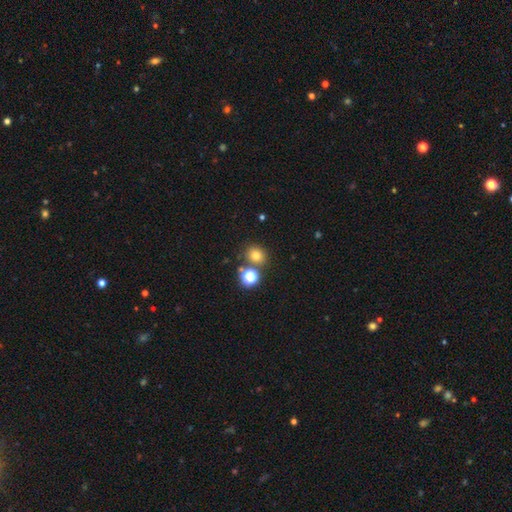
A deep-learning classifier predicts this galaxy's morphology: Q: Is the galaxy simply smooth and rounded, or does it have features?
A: smooth — 74%.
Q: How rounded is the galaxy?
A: round — 78%.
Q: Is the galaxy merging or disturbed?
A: none — 73%.